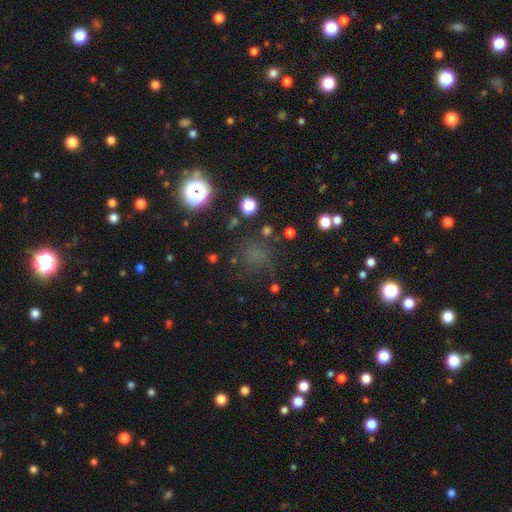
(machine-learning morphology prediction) A smooth galaxy with no disk features (52%) that is round (85%). Merging: none (74%).